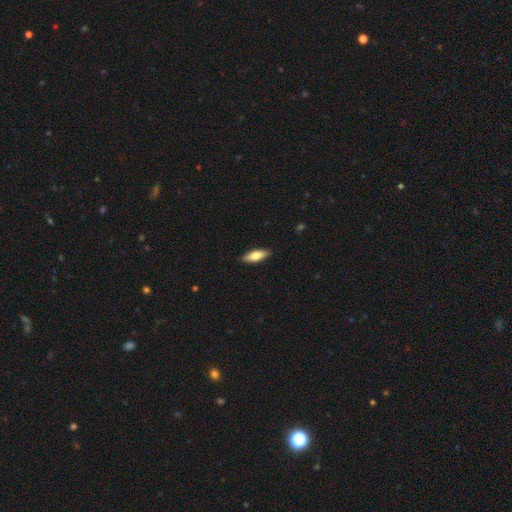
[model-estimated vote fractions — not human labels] Overall: smooth (73%). How rounded: in between (67%; cigar-shaped 31%). Merging: none (89%).